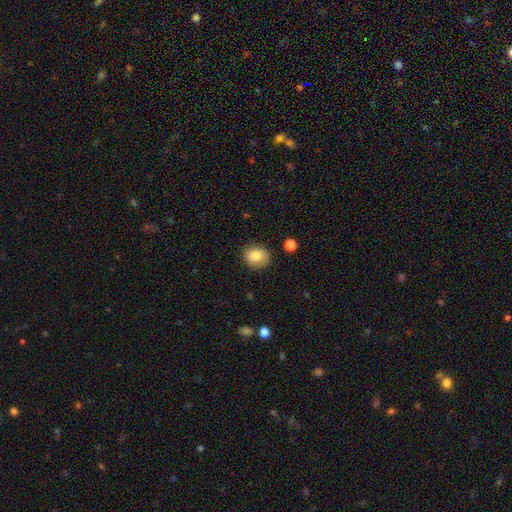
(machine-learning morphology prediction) This appears to be a smooth galaxy with no disk features (83%) that is round (60%). Merging: none (82%).